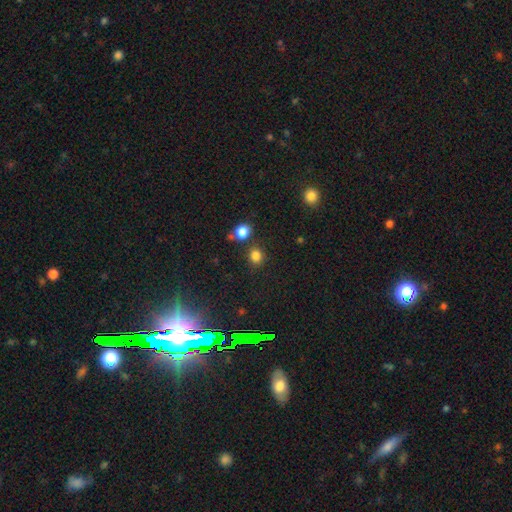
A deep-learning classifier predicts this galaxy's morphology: Q: Smooth or featured?
A: smooth (81%); runner-up: star or artifact (14%)
Q: How rounded?
A: round (79%); runner-up: in between (20%)
Q: Merging?
A: none (76%); runner-up: merger (10%)